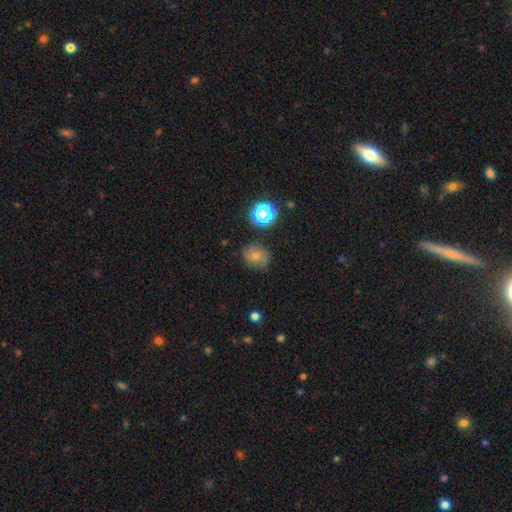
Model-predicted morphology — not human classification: type=smooth (62%); roundness=round (69%); merging=none (75%).